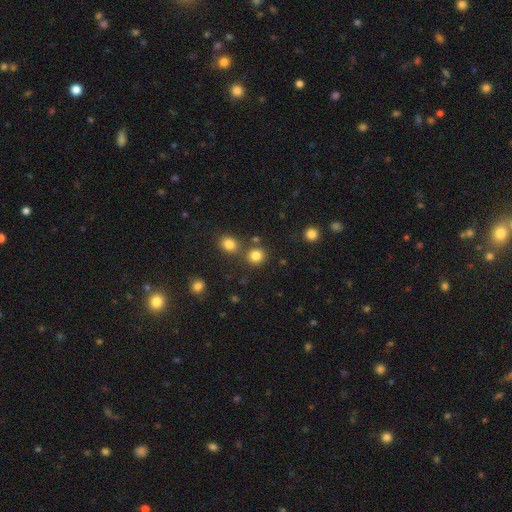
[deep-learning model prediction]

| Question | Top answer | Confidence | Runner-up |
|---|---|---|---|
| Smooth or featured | smooth | 82% | star or artifact (13%) |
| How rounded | round | 87% | in between (12%) |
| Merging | none | 74% | merger (16%) |